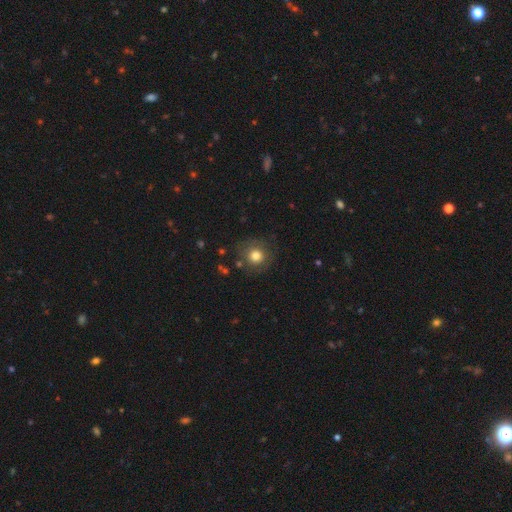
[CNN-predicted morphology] Smooth or featured: smooth — 78% (star or artifact — 11%)
How rounded: round — 92% (in between — 7%)
Merging: none — 82% (minor disturbance — 11%)